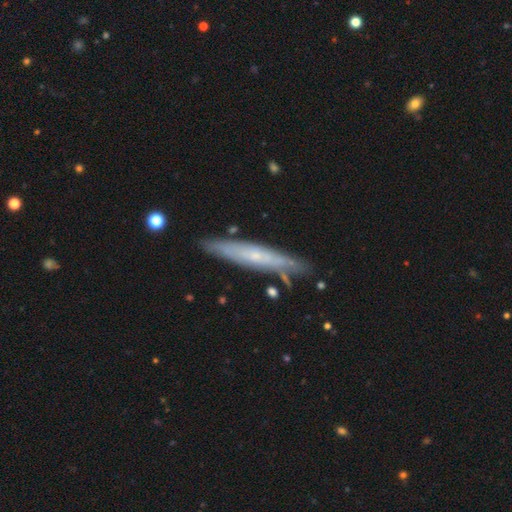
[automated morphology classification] type=featured or disk (59%); edge-on=yes (77%); merging=none (81%).